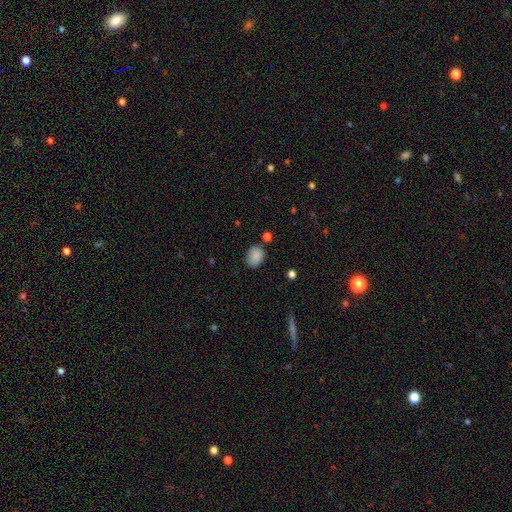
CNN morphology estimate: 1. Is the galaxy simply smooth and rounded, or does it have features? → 85% smooth, 9% star or artifact, 6% featured or disk.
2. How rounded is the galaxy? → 58% in between, 41% round, 1% cigar-shaped.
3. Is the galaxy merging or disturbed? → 73% none, 19% minor disturbance, 4% major disturbance, 4% merger.